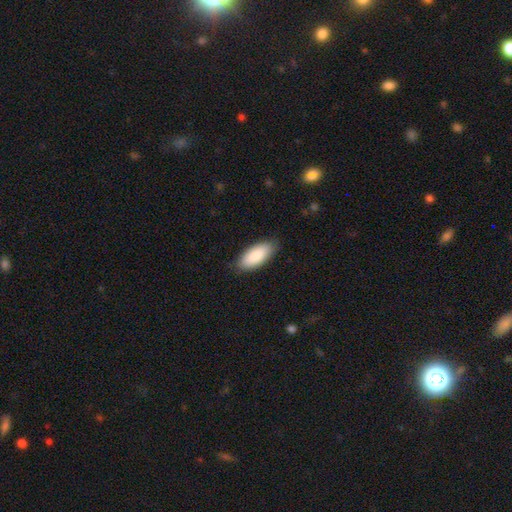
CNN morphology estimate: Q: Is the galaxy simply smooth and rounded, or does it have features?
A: smooth — 87%.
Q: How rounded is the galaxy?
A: in between — 88%.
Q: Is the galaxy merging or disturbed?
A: none — 85%.